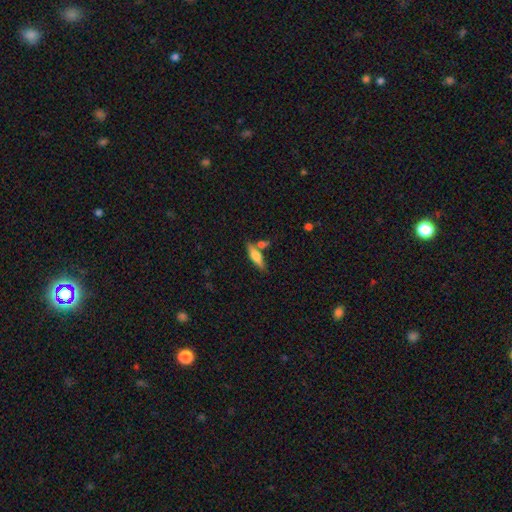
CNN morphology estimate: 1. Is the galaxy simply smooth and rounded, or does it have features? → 60% smooth, 34% featured or disk, 6% star or artifact.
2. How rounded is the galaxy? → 63% cigar-shaped, 35% in between, 3% round.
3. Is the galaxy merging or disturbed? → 68% none, 16% merger, 12% minor disturbance, 3% major disturbance.